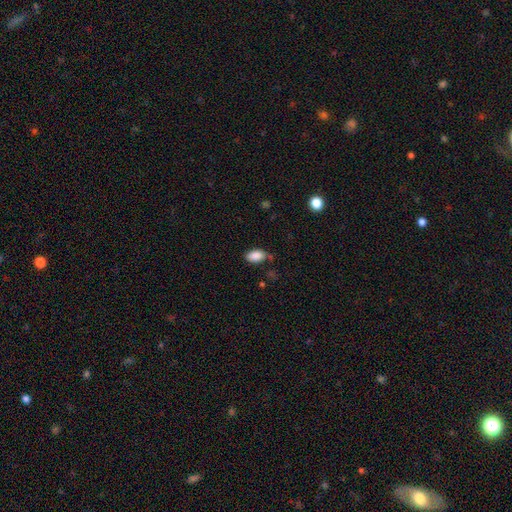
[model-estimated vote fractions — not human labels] smooth_or_featured: smooth (p=0.87) [alt: star or artifact p=0.08]
how_rounded: in between (p=0.92) [alt: round p=0.06]
merging: none (p=0.71) [alt: minor disturbance p=0.21]